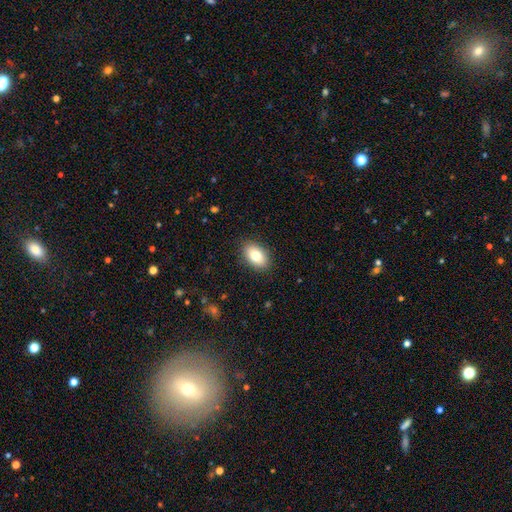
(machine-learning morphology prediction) Smooth or featured?
  - smooth: 83% *
  - featured or disk: 9%
  - star or artifact: 7%
How rounded?
  - in between: 90% *
  - round: 8%
  - cigar-shaped: 1%
Merging?
  - none: 88% *
  - minor disturbance: 9%
  - major disturbance: 2%
  - merger: 1%